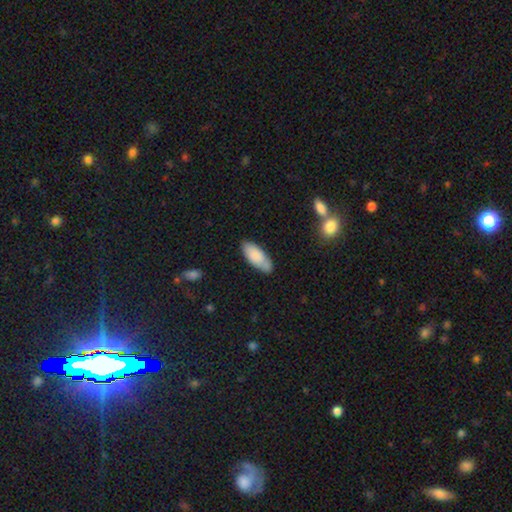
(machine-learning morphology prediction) This appears to be a smooth galaxy with no disk features (84%) that is in between round and cigar-shaped (81%). Merging: none (75%).